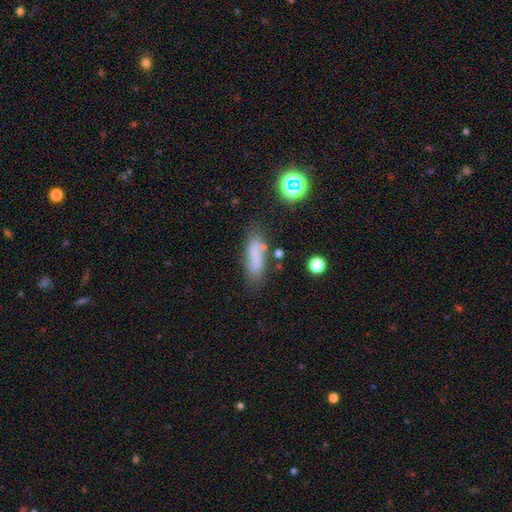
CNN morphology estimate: Smooth or featured? Predicted: smooth (p=0.73). How rounded? Predicted: in between (p=0.52). Merging? Predicted: none (p=0.67).